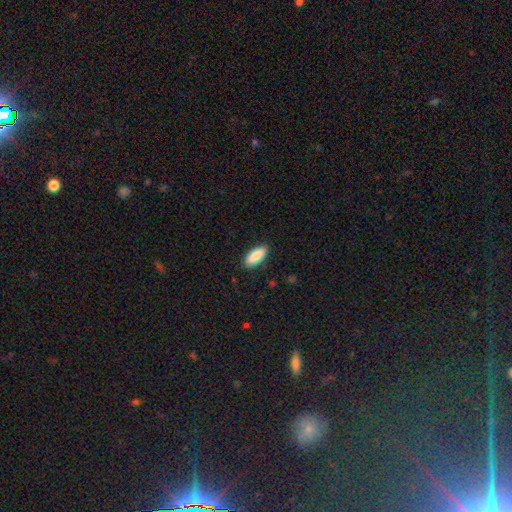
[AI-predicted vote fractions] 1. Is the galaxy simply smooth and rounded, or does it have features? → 89% smooth, 6% star or artifact, 5% featured or disk.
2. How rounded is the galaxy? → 77% in between, 21% cigar-shaped, 2% round.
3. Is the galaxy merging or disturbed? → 88% none, 9% minor disturbance, 2% major disturbance, 1% merger.